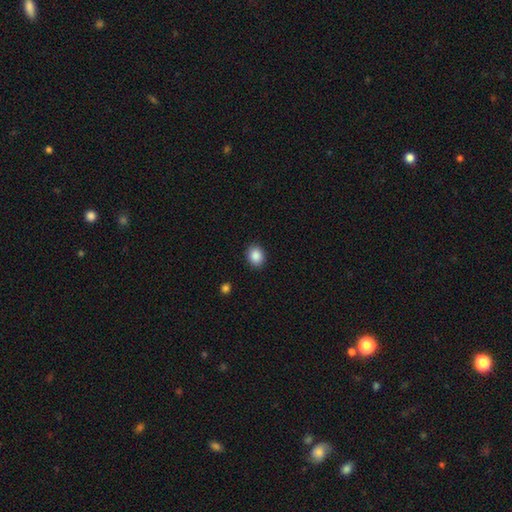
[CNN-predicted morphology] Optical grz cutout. It shows a smooth galaxy with no disk features (88%) that is round (56%). Merging: none (90%).